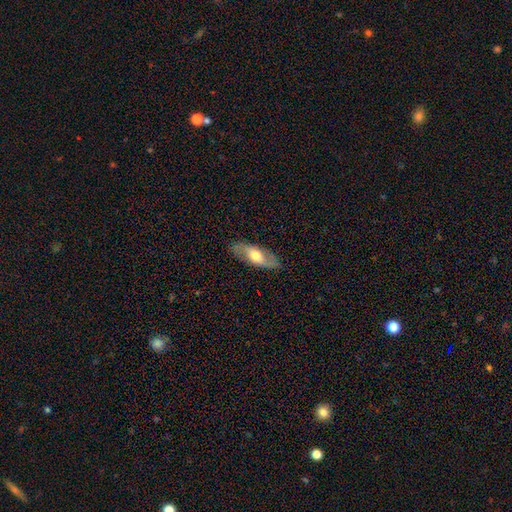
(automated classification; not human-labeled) Morphology: type=featured or disk (59%); edge-on=no (81%); merging=none (85%).